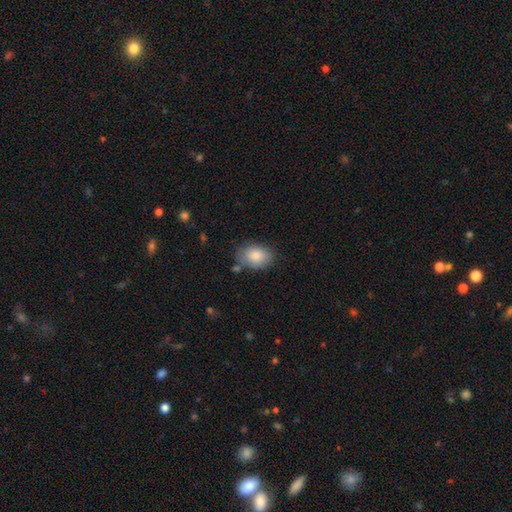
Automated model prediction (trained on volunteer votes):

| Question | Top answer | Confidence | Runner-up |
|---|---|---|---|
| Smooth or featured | smooth | 85% | featured or disk (8%) |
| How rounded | in between | 78% | round (21%) |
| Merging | none | 70% | minor disturbance (20%) |